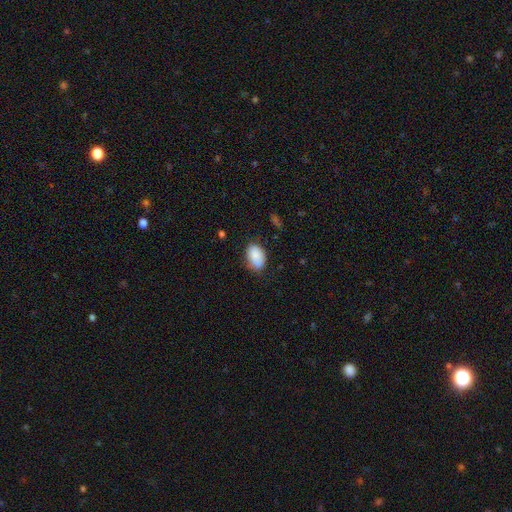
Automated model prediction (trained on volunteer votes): Smooth or featured? Predicted: smooth (p=0.86). How rounded? Predicted: in between (p=0.87). Merging? Predicted: none (p=0.67).